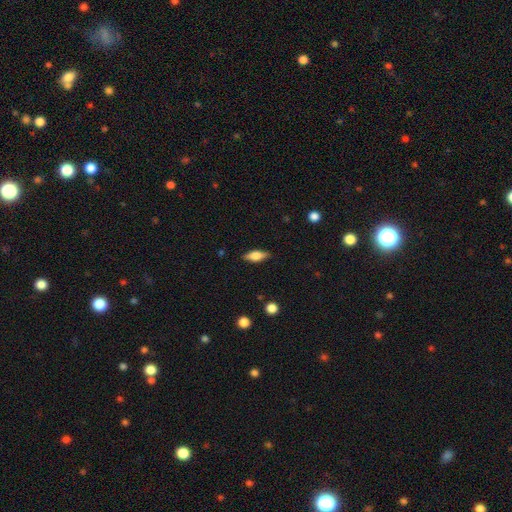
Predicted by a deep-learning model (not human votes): smooth-or-featured: smooth: 61% | featured or disk: 32% | star or artifact: 7%
  how-rounded: in between: 71% | cigar-shaped: 26% | round: 4%
  merging: none: 85% | minor disturbance: 12% | major disturbance: 2% | merger: 1%